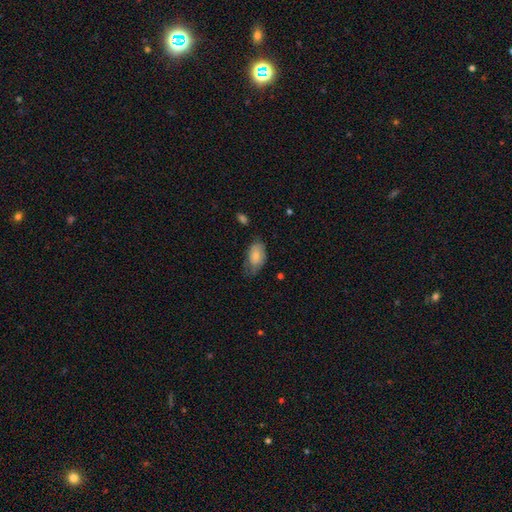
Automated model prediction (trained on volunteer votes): smooth-or-featured: smooth: 78% | featured or disk: 15% | star or artifact: 7%
  how-rounded: in between: 93% | round: 5% | cigar-shaped: 2%
  merging: none: 48% | minor disturbance: 37% | major disturbance: 13% | merger: 2%